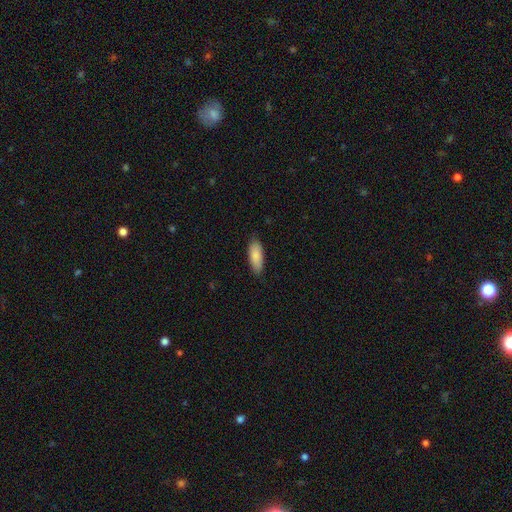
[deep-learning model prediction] Smooth or featured?
  - smooth: 86% *
  - featured or disk: 8%
  - star or artifact: 6%
How rounded?
  - in between: 75% *
  - cigar-shaped: 24%
  - round: 2%
Merging?
  - none: 85% *
  - minor disturbance: 12%
  - major disturbance: 2%
  - merger: 1%